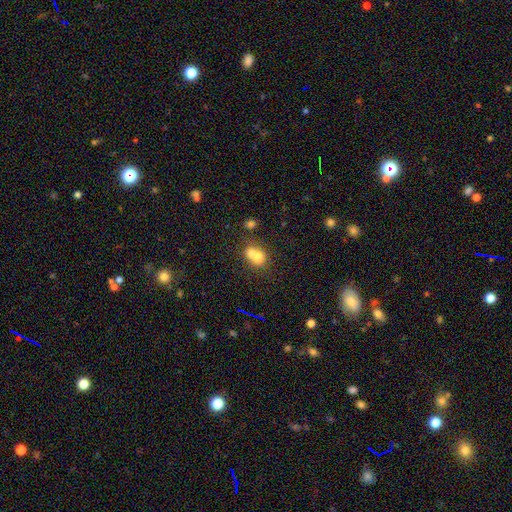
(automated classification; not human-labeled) A smooth galaxy with no disk features (68%) that is round (59%). Merging: merger (65%).